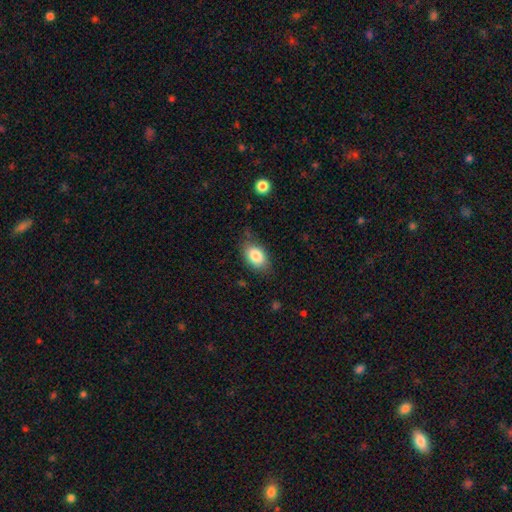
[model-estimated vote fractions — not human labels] The model was most divided on "merging": none: 75%, minor disturbance: 19%, major disturbance: 5%, merger: 2%. More confident: how rounded — in between (88%); smooth or featured — smooth (83%).